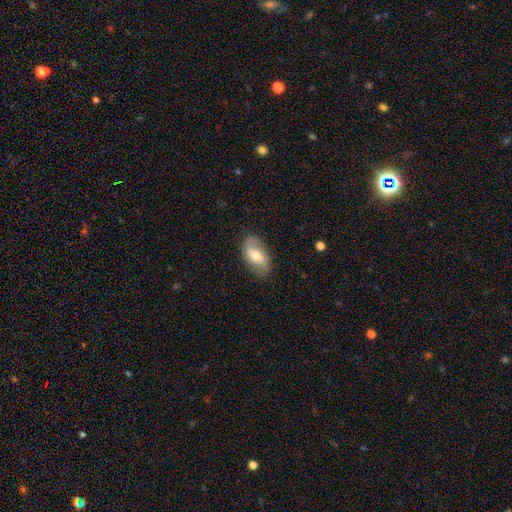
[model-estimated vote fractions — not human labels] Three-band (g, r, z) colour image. It shows a smooth galaxy with no disk features (49%). Merging: none (80%).